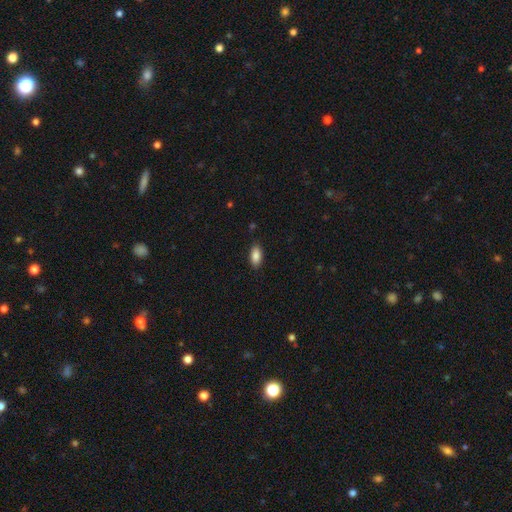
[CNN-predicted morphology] A smooth galaxy with no disk features (87%) that is in between round and cigar-shaped (90%).

Vote fractions:
- Smooth or featured? smooth: 87% / star or artifact: 7% / featured or disk: 6%
- How rounded? in between: 90% / cigar-shaped: 7% / round: 3%
- Merging? none: 87% / minor disturbance: 10% / major disturbance: 2% / merger: 1%